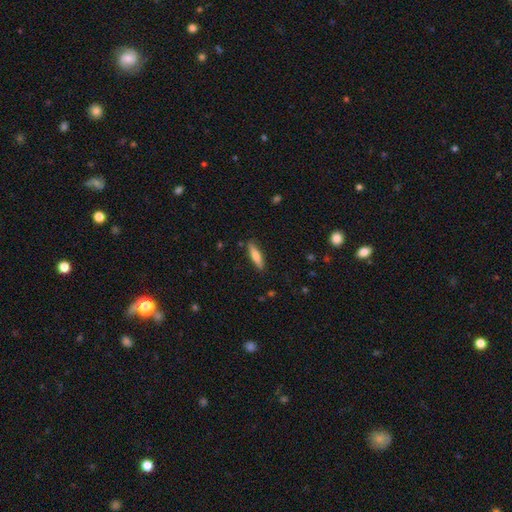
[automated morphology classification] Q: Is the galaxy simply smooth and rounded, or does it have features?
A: smooth — 66%.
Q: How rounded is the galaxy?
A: cigar-shaped — 75%.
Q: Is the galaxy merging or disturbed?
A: none — 87%.